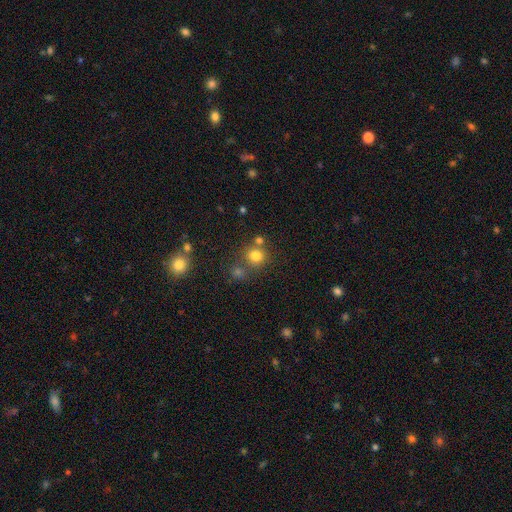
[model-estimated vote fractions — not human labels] Smooth or featured: smooth — 76% (star or artifact — 16%)
How rounded: round — 89% (in between — 10%)
Merging: none — 68% (merger — 19%)